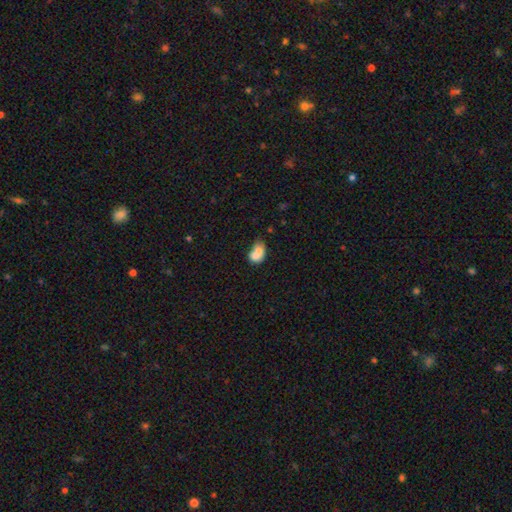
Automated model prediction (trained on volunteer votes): smooth 71%, featured or disk 20%, star or artifact 9%. Down the decision tree: how rounded — in between (67%); merging — merger (61%).